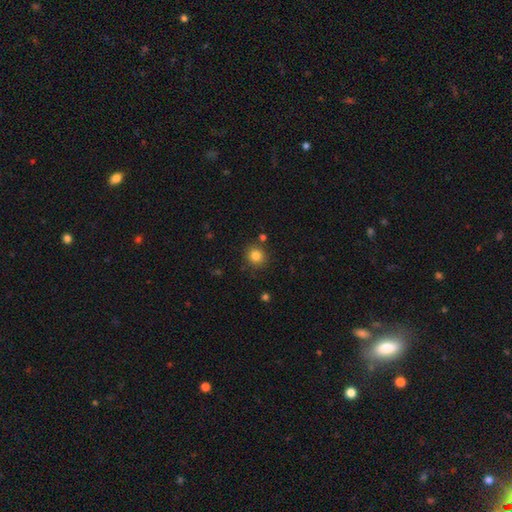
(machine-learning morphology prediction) This is clearly a smooth galaxy (82%). How rounded: clearly round (89%). Merging: clearly none (85%).